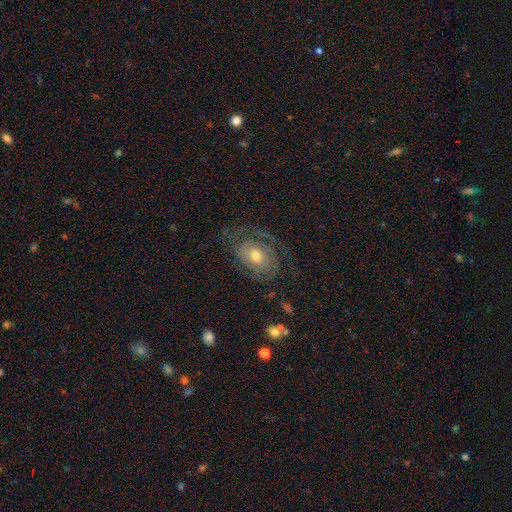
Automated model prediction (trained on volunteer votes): Q: Smooth or featured?
A: featured or disk (71%); runner-up: smooth (21%)
Q: Edge-on disk?
A: no (96%); runner-up: yes (4%)
Q: Bar?
A: no (72%); runner-up: weak (23%)
Q: Spiral arms?
A: yes (84%); runner-up: no (16%)
Q: Spiral winding?
A: tight (53%); runner-up: medium (33%)
Q: Spiral arm count?
A: 2 (41%); runner-up: can't tell (32%)
Q: Bulge size?
A: moderate (62%); runner-up: small (28%)
Q: Merging?
A: none (62%); runner-up: minor disturbance (19%)